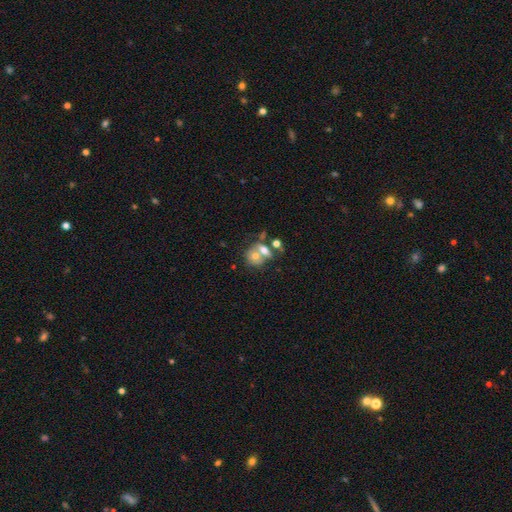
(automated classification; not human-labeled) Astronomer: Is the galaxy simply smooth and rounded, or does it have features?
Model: smooth — 58%.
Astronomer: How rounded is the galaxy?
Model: round — 60% (runner-up: in between, 38%).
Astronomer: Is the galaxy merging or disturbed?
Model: merger — 55%.